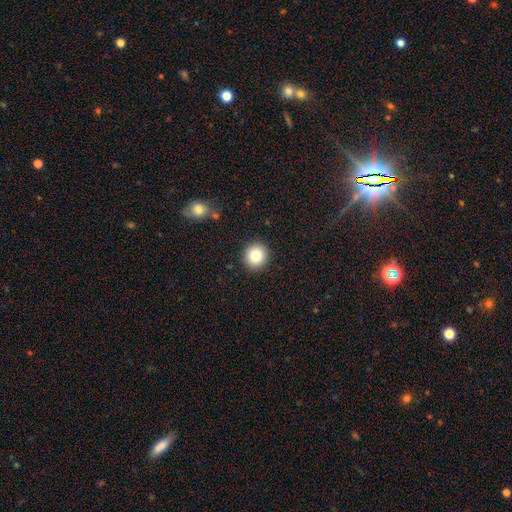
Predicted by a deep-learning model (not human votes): A smooth galaxy with no disk features (82%) that is round (91%). Merging: none (91%).